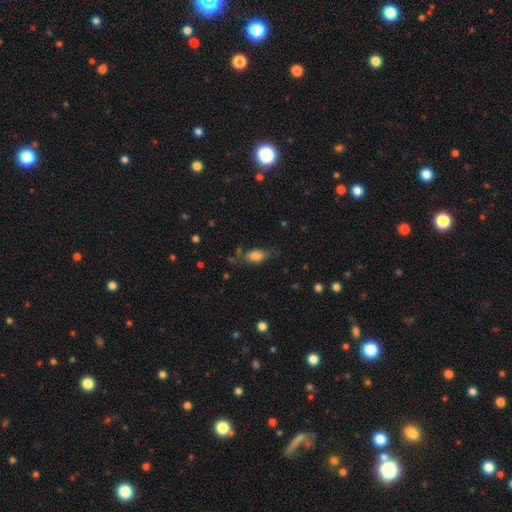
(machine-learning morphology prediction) Smooth or featured? Predicted: smooth (p=0.76). How rounded? Predicted: in between (p=0.83). Merging? Predicted: none (p=0.64).